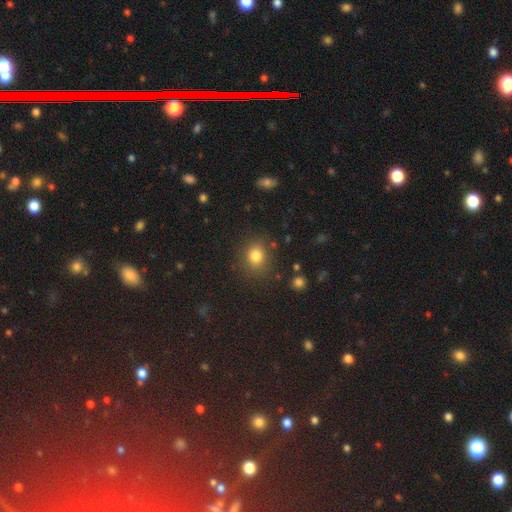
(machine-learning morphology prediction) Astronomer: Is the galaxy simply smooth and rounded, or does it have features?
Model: smooth — 80%.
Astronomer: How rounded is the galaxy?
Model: round — 68%.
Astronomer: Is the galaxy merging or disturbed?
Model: none — 82%.